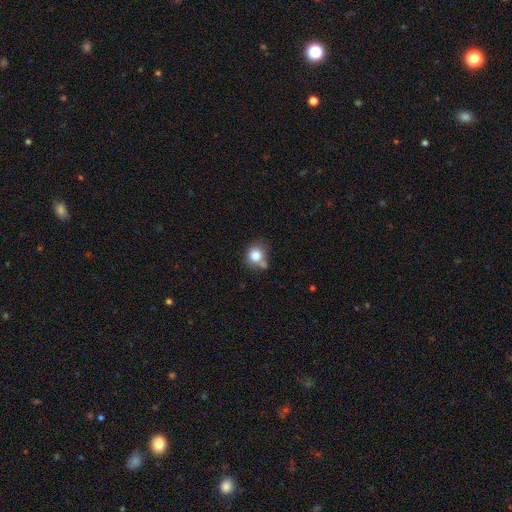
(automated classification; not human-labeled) Smooth or featured? smooth (81%)
How rounded? round (77%)
Merging? none (54%)